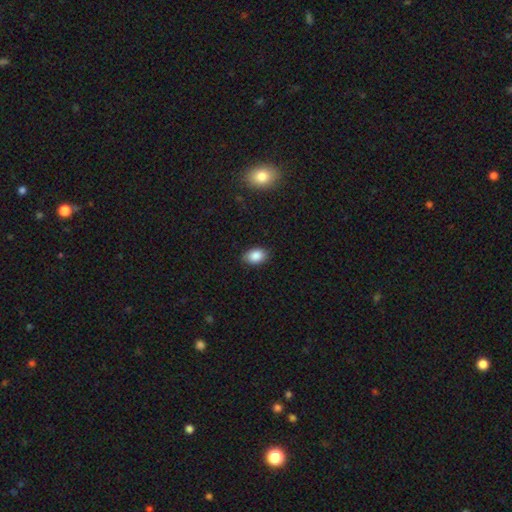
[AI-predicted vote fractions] Smooth or featured?
  - smooth: 87% *
  - star or artifact: 8%
  - featured or disk: 5%
How rounded?
  - in between: 86% *
  - round: 13%
  - cigar-shaped: 1%
Merging?
  - none: 86% *
  - minor disturbance: 11%
  - major disturbance: 2%
  - merger: 1%